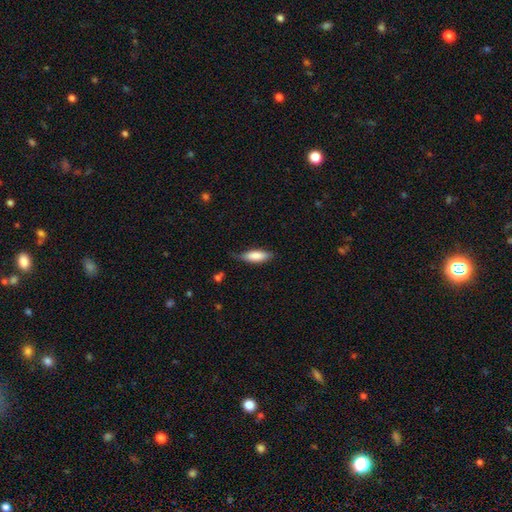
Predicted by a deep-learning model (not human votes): smooth-or-featured: smooth: 80% | featured or disk: 14% | star or artifact: 6%
  how-rounded: in between: 63% | cigar-shaped: 36% | round: 2%
  merging: none: 67% | minor disturbance: 26% | major disturbance: 5% | merger: 2%